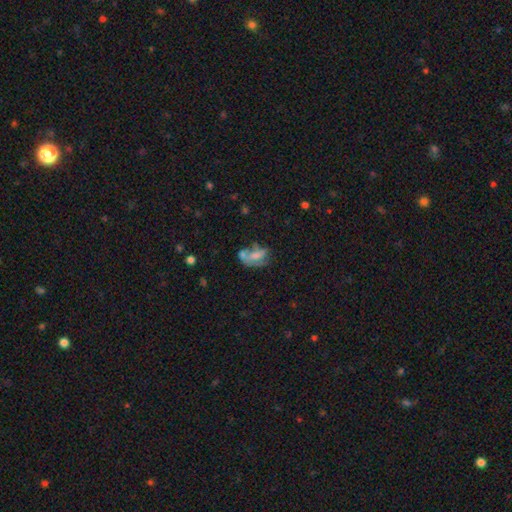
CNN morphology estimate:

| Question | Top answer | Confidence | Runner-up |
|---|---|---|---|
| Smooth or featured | smooth | 45% | featured or disk (43%) |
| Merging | none | 32% | merger (25%) |